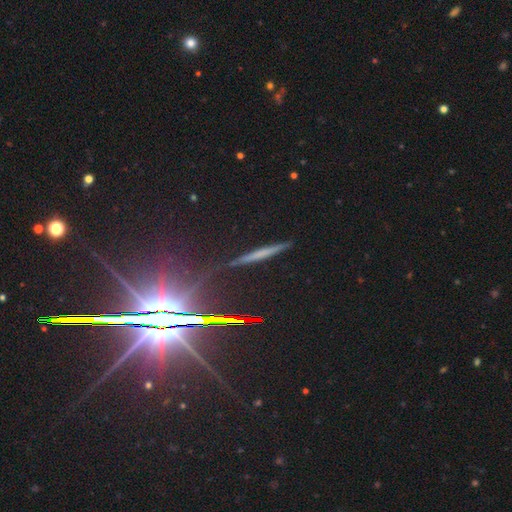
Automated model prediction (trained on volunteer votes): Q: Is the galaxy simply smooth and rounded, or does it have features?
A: featured or disk — 48%.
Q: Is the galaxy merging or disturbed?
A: none — 84%.